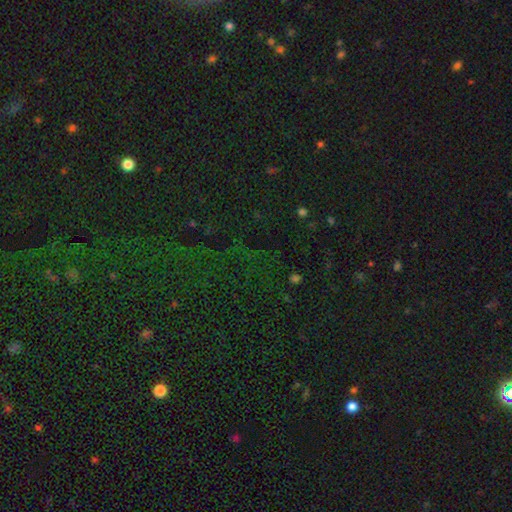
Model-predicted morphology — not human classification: Overall: star or artifact (78%).